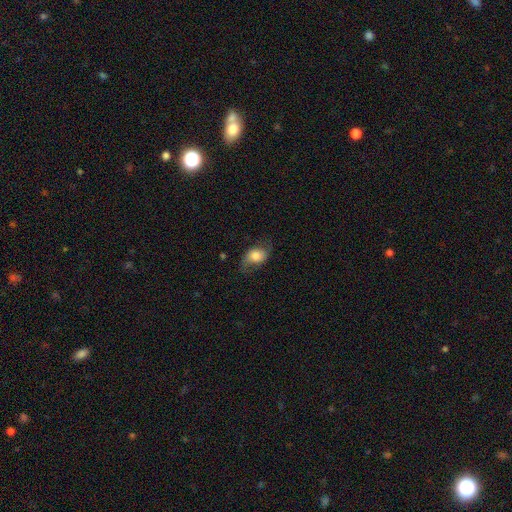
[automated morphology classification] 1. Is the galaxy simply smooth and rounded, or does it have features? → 59% smooth, 33% featured or disk, 8% star or artifact.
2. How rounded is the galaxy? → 74% in between, 25% round, 2% cigar-shaped.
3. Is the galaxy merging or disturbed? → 62% none, 24% minor disturbance, 12% major disturbance, 1% merger.